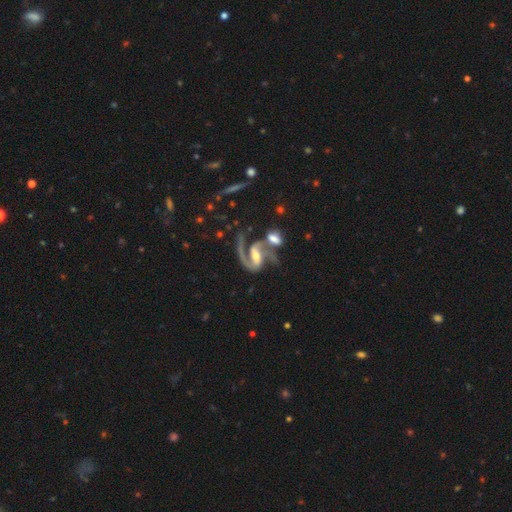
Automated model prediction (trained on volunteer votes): Smooth or featured? featured or disk (90%)
Edge-on disk? no (97%)
Bar? strong (46%)
Spiral arms? yes (97%)
Spiral winding? medium (54%)
Spiral arm count? 2 (83%)
Bulge size? moderate (55%)
Merging? none (38%)